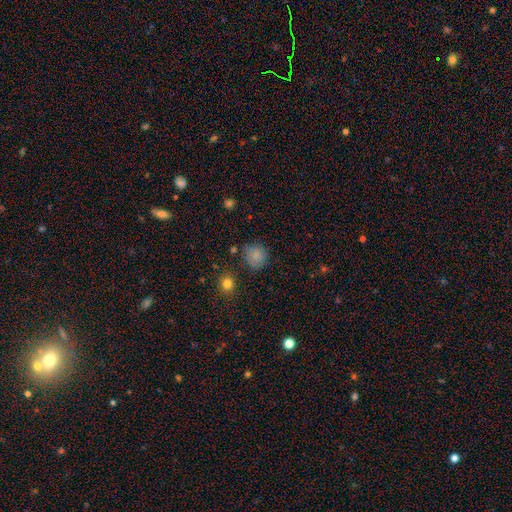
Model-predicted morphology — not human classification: A smooth galaxy with no disk features (83%) that is round (89%). Merging: none (79%).